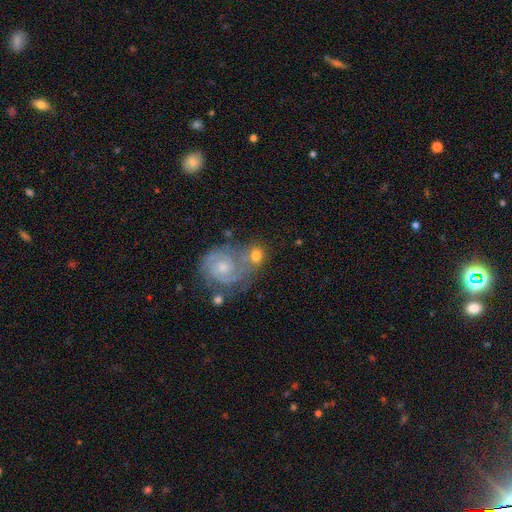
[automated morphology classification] smooth-or-featured: featured or disk: 49% | smooth: 42% | star or artifact: 9%
  merging: none: 41% | merger: 37% | minor disturbance: 14% | major disturbance: 8%